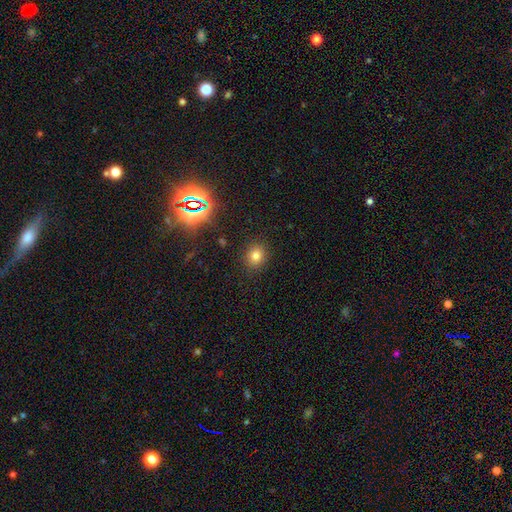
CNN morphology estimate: Overall: smooth (75%). How rounded: round (71%). Merging: none (88%).